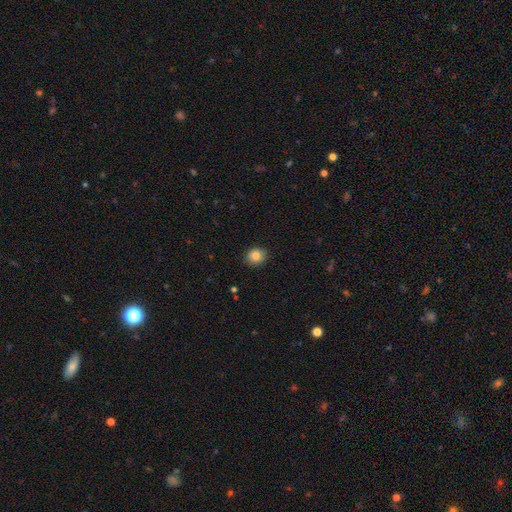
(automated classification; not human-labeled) Smooth or featured: smooth — 84% (star or artifact — 10%)
How rounded: round — 73% (in between — 26%)
Merging: none — 90% (minor disturbance — 7%)